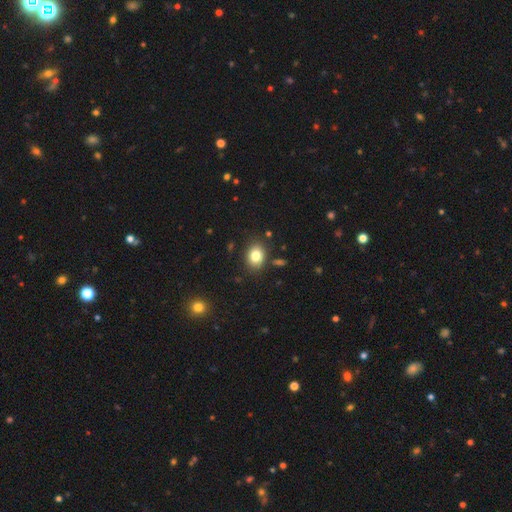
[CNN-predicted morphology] This is clearly a smooth galaxy (82%). How rounded: possibly in between (58%). Merging: clearly none (85%).